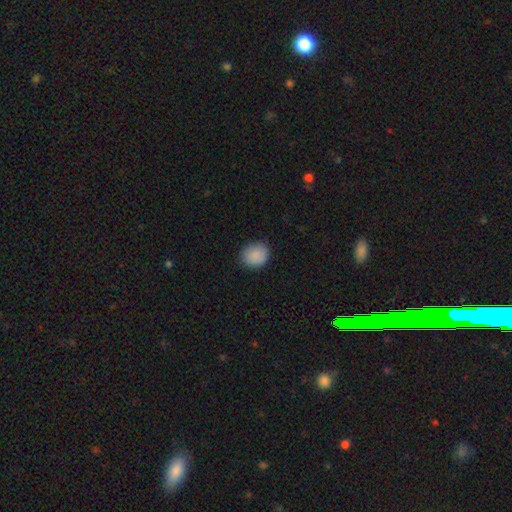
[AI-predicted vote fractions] This appears to be a smooth galaxy with no disk features (88%) that is round (66%). Merging: none (82%).